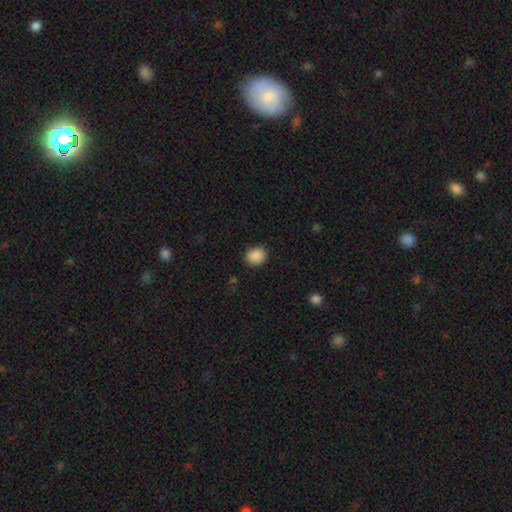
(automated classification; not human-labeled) Smooth or featured?
  - smooth: 89% *
  - star or artifact: 8%
  - featured or disk: 3%
How rounded?
  - round: 63% *
  - in between: 36%
  - cigar-shaped: 1%
Merging?
  - none: 89% *
  - minor disturbance: 8%
  - major disturbance: 2%
  - merger: 1%